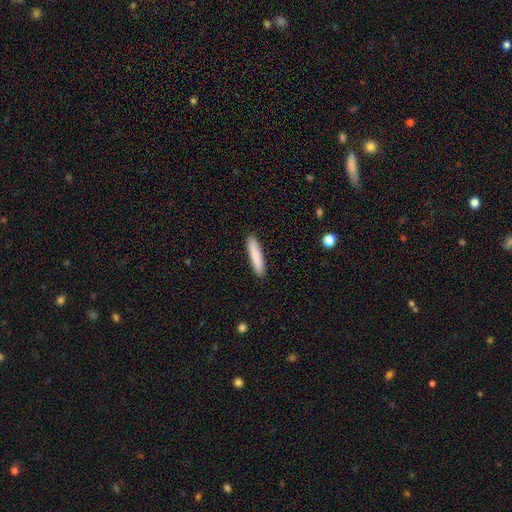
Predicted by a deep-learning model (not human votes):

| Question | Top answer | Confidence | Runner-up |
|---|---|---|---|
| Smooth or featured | smooth | 84% | featured or disk (10%) |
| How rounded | cigar-shaped | 87% | in between (11%) |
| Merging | none | 90% | minor disturbance (7%) |